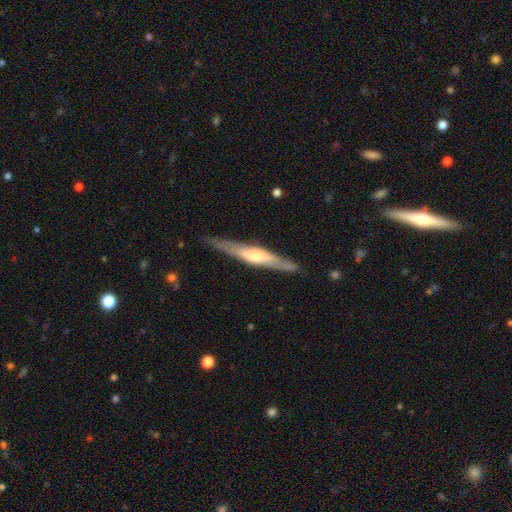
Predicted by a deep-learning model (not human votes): Smooth or featured?
  - featured or disk: 62% *
  - smooth: 33%
  - star or artifact: 5%
Edge-on disk?
  - yes: 91% *
  - no: 9%
Edge-on bulge?
  - rounded: 72% *
  - none: 14%
  - boxy: 13%
Merging?
  - none: 83% *
  - minor disturbance: 13%
  - major disturbance: 3%
  - merger: 1%